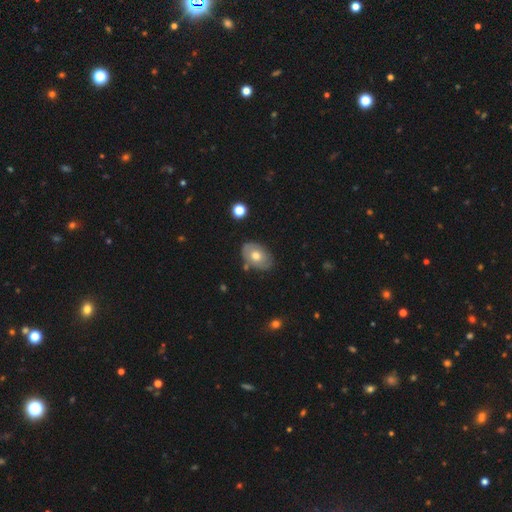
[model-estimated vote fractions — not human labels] A smooth galaxy with no disk features (56%) that is in between round and cigar-shaped (84%).

Vote fractions:
- Smooth or featured? smooth: 56% / featured or disk: 37% / star or artifact: 7%
- How rounded? in between: 84% / round: 15% / cigar-shaped: 1%
- Merging? none: 74% / minor disturbance: 18% / major disturbance: 4% / merger: 4%